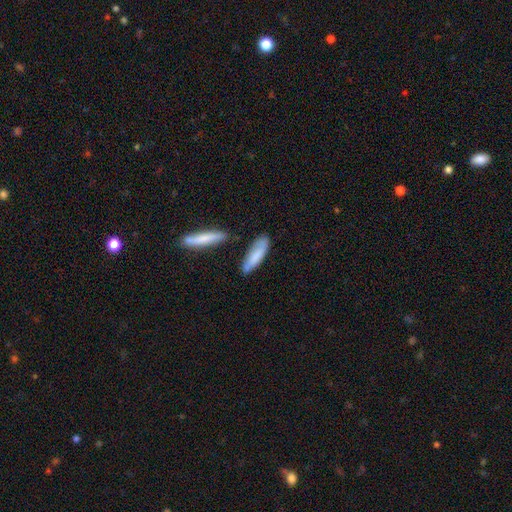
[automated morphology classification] Smooth or featured? Predicted: smooth (p=0.72). How rounded? Predicted: cigar-shaped (p=0.62). Merging? Predicted: none (p=0.64).